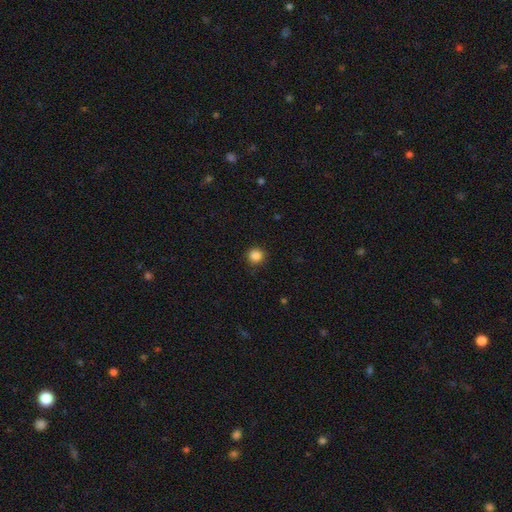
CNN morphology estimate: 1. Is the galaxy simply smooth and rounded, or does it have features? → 86% smooth, 11% star or artifact, 3% featured or disk.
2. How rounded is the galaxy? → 94% round, 5% in between, 1% cigar-shaped.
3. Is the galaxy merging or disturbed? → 91% none, 6% minor disturbance, 2% major disturbance, 1% merger.